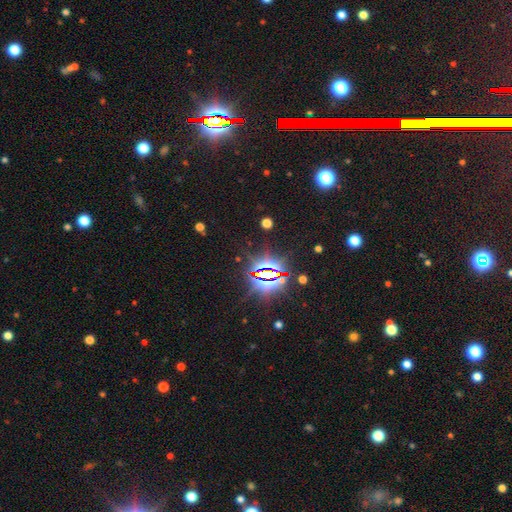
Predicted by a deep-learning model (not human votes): A star or artifact, not a galaxy (84%).

Vote fractions:
- Smooth or featured? star or artifact: 84% / smooth: 9% / featured or disk: 7%